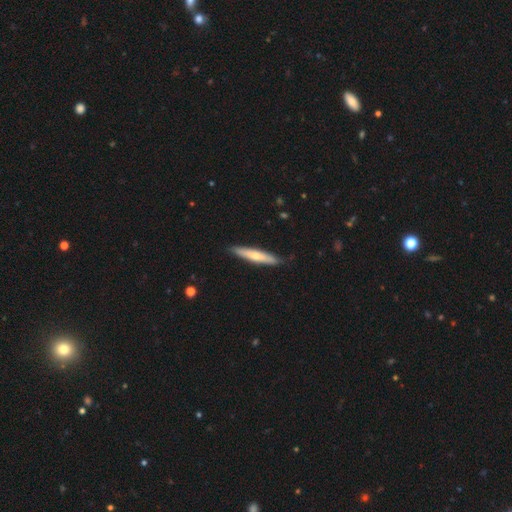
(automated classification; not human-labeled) smooth-or-featured: smooth: 58% | featured or disk: 37% | star or artifact: 5%
  how-rounded: cigar-shaped: 90% | in between: 9% | round: 1%
  merging: none: 88% | minor disturbance: 10% | major disturbance: 2% | merger: 1%